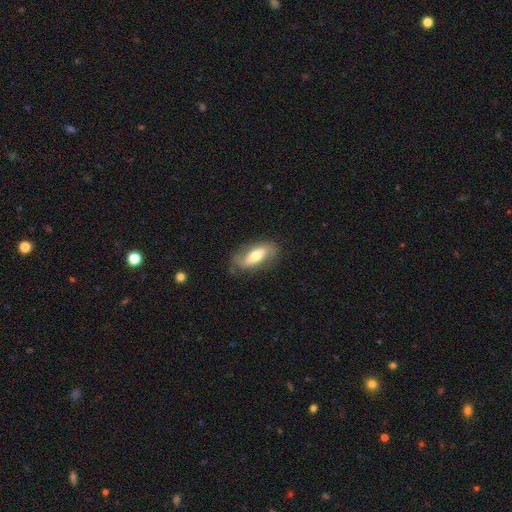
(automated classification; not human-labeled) Smooth or featured? Predicted: smooth (p=0.51). How rounded? Predicted: in between (p=0.78). Merging? Predicted: none (p=0.74).